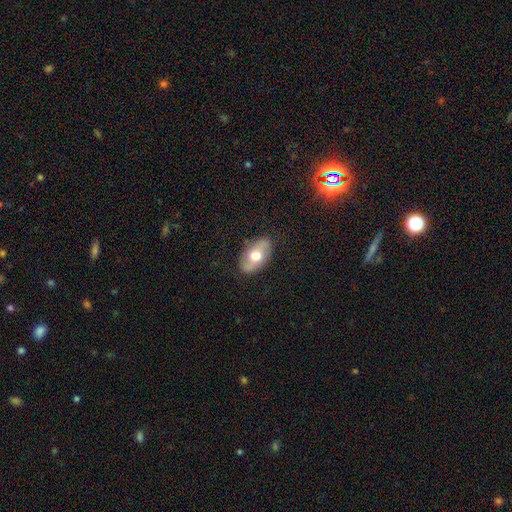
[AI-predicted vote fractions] smooth_or_featured: smooth (p=0.57) [alt: featured or disk p=0.37]
how_rounded: in between (p=0.91) [alt: round p=0.06]
merging: none (p=0.84) [alt: minor disturbance p=0.12]